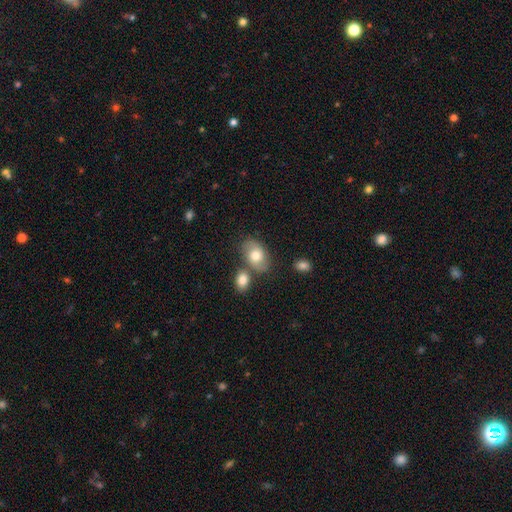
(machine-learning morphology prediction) The model was most divided on "smooth or featured": smooth: 67%, featured or disk: 26%, star or artifact: 7%. More confident: how rounded — in between (85%); merging — none (62%).